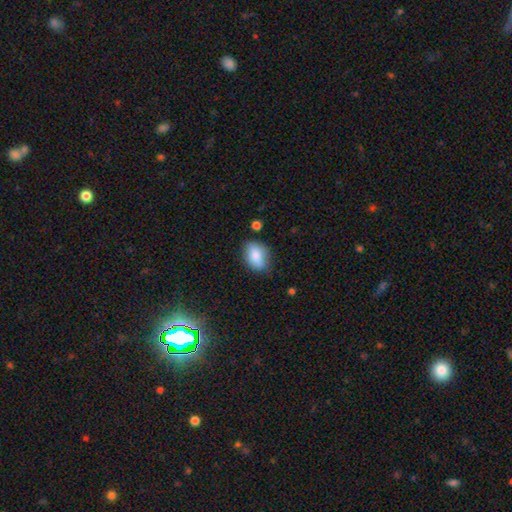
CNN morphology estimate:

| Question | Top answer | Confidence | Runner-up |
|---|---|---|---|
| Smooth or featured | smooth | 81% | featured or disk (11%) |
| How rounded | in between | 78% | round (20%) |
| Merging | none | 70% | minor disturbance (22%) |